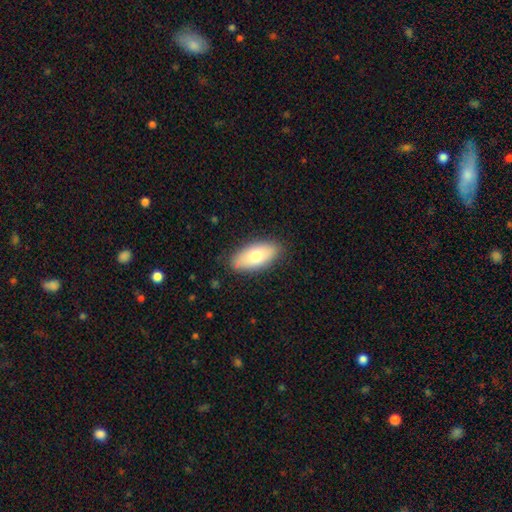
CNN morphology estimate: smooth-or-featured: smooth: 75% | featured or disk: 19% | star or artifact: 6%
  how-rounded: in between: 89% | cigar-shaped: 8% | round: 3%
  merging: none: 87% | minor disturbance: 10% | major disturbance: 2% | merger: 1%